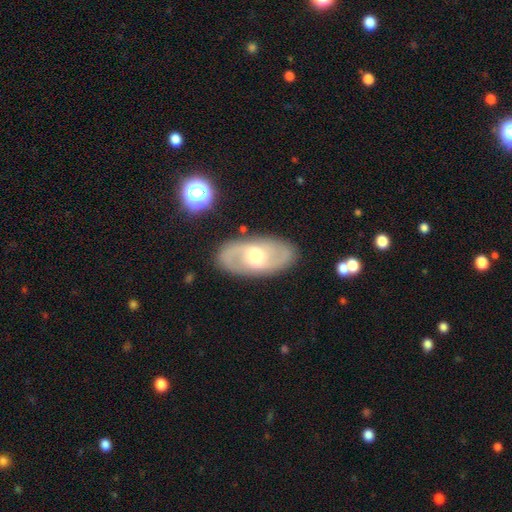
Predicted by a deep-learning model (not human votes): featured or disk 73%, smooth 21%, star or artifact 6%. Down the decision tree: edge-on disk — no (93%); bar — no (45%); spiral arms — yes (82%); spiral arm count — 2 (86%); spiral winding — medium (49%); bulge size — moderate (63%); merging — none (84%).